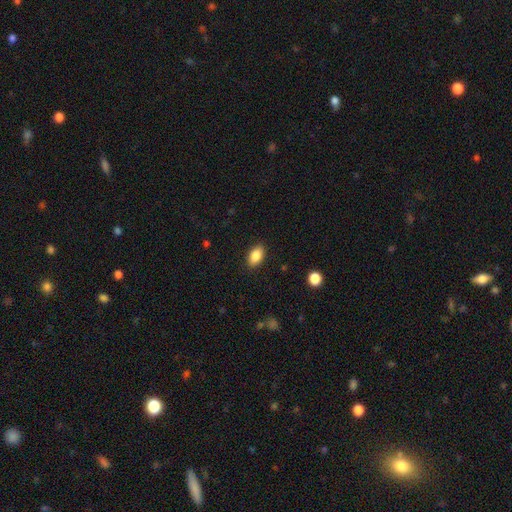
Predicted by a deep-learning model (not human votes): Overall: smooth (87%). How rounded: in between (90%). Merging: none (88%).